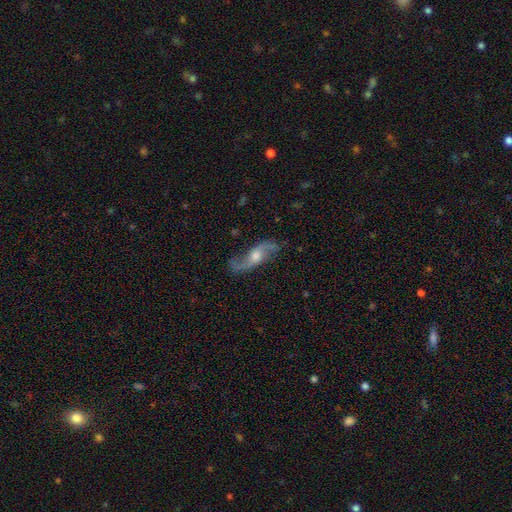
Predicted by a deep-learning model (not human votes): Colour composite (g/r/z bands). It shows a featured or disk galaxy (86%) with no bar (57%), 2 (93%) loose (71%) spiral arms (96%) and a moderate central bulge (63%). Merging: none (80%).